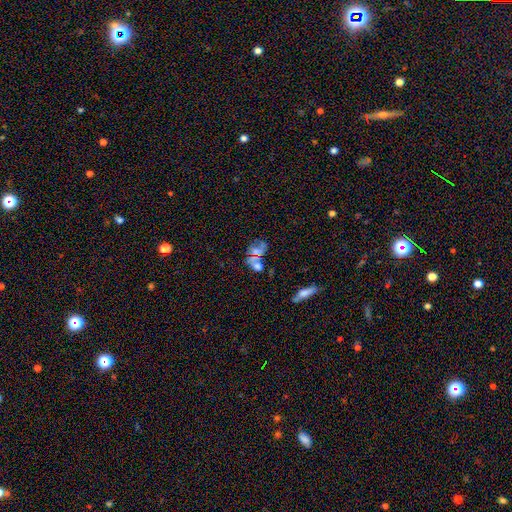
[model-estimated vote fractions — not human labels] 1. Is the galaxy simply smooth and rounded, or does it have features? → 38% smooth, 37% featured or disk, 25% star or artifact.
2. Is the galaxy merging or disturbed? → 36% none, 33% merger, 16% major disturbance, 15% minor disturbance.